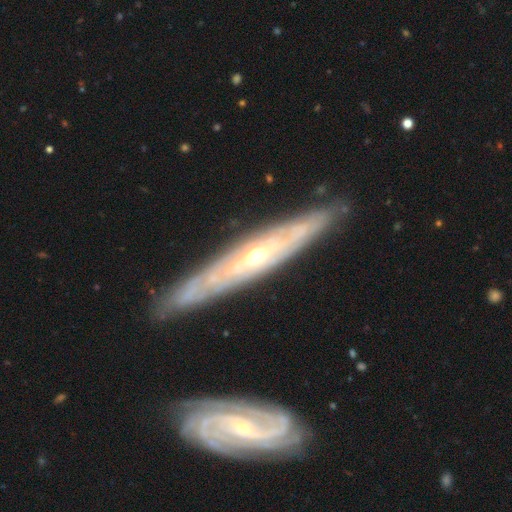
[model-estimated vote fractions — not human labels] Smooth or featured: featured or disk — 82% (smooth — 12%)
Edge-on disk: yes — 50% (tied with no — 50%)
Merging: none — 80% (minor disturbance — 13%)